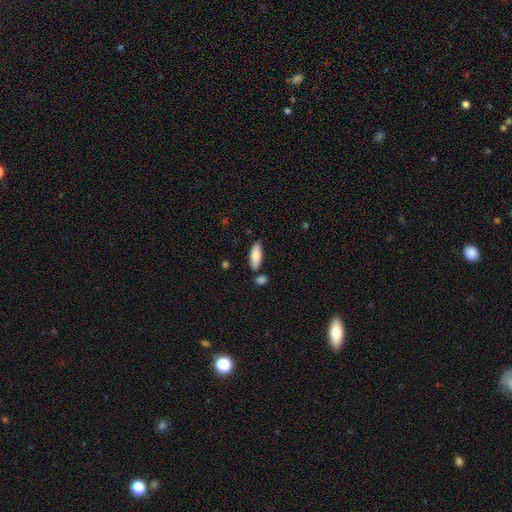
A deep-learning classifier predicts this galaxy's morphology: Smooth or featured? smooth (83%)
How rounded? in between (73%)
Merging? none (76%)